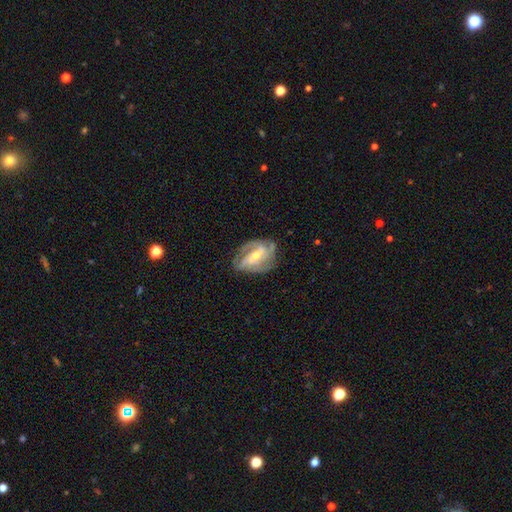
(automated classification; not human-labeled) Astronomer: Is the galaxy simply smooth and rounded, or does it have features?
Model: featured or disk — 86%.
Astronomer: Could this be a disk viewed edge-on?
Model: no — 96%.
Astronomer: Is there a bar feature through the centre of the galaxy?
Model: strong — 42% (runner-up: weak, 38%).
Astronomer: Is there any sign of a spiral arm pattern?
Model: yes — 96%.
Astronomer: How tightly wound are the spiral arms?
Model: medium — 43%, tied with tight at 43%.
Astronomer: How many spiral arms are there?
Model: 3 — 40% (runner-up: 2, 26%).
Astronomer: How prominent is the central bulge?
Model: moderate — 48% (runner-up: small, 47%).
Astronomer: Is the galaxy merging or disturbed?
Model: none — 71%.